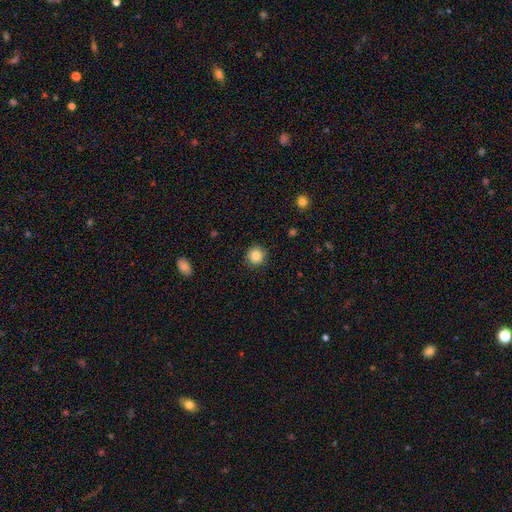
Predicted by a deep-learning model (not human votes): Morphology: type=smooth (85%); roundness=round (93%); merging=none (90%).